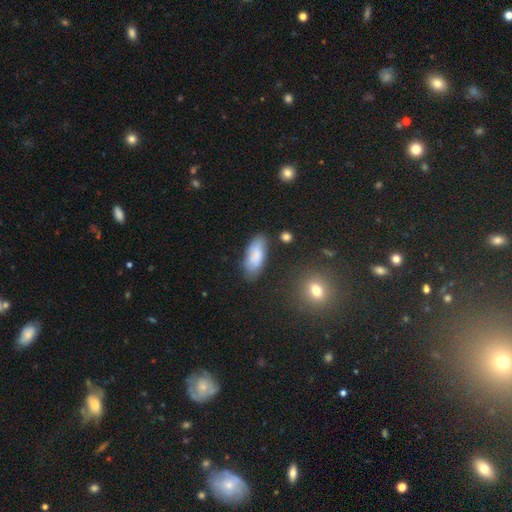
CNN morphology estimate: Smooth or featured? Predicted: smooth (p=0.78). How rounded? Predicted: in between (p=0.84). Merging? Predicted: none (p=0.72).